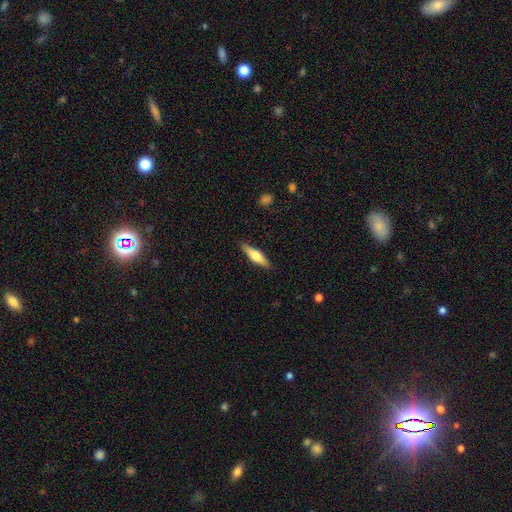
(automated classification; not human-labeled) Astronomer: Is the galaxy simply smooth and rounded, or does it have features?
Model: smooth — 50% (runner-up: featured or disk, 44%).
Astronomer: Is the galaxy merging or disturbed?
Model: none — 88%.